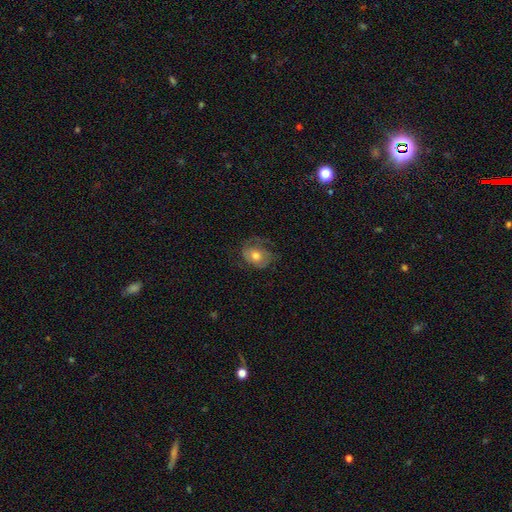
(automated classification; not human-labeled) This is possibly a smooth galaxy (54%). How rounded: possibly in between (53%). Merging: possibly none (53%).